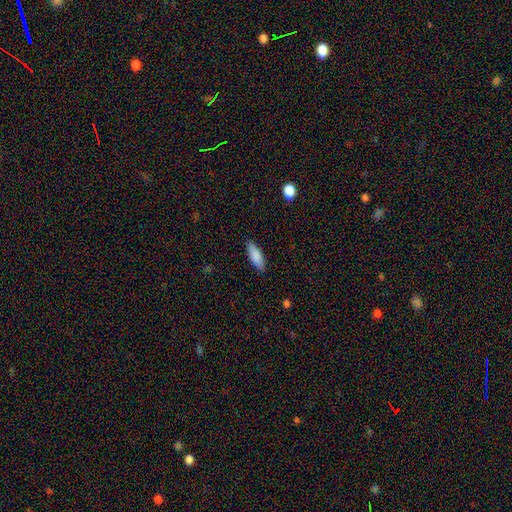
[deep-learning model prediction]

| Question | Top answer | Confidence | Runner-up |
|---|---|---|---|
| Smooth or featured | smooth | 86% | featured or disk (8%) |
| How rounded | in between | 65% | cigar-shaped (33%) |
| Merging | none | 88% | minor disturbance (9%) |